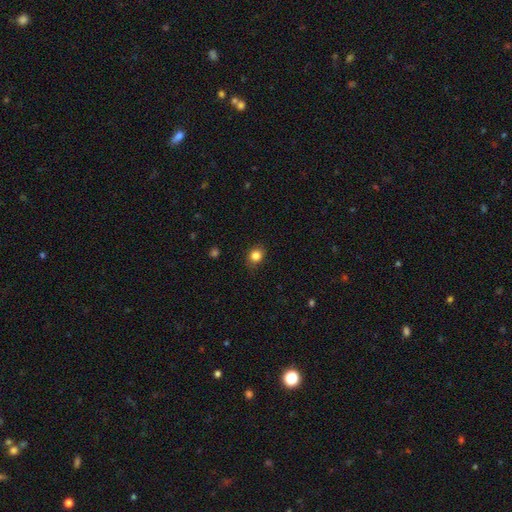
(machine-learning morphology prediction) Smooth or featured? Predicted: smooth (p=0.84). How rounded? Predicted: round (p=0.68). Merging? Predicted: none (p=0.86).